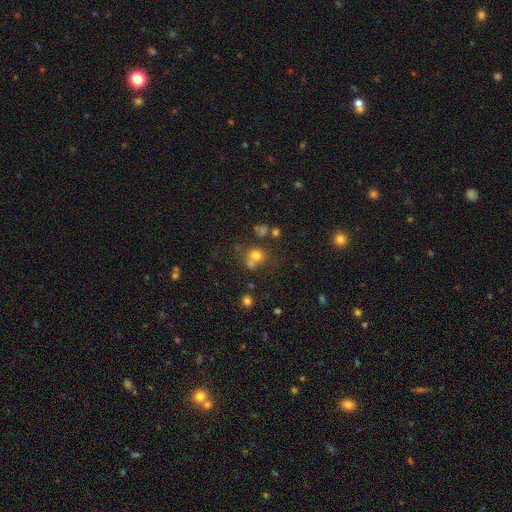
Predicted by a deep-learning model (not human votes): A smooth galaxy with no disk features (70%) that is round (72%). Merging: none (47%).